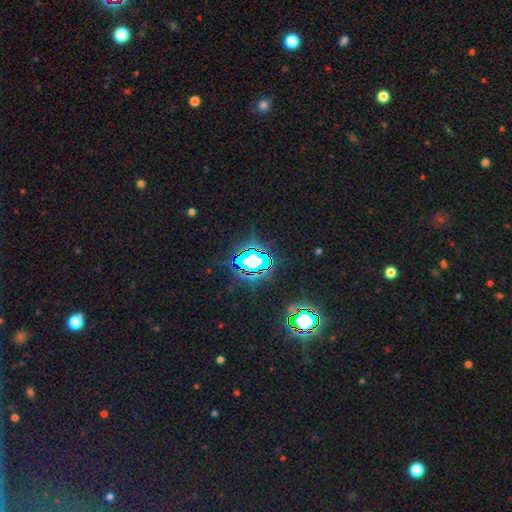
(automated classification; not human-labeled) Smooth or featured? Predicted: star or artifact (p=0.83).